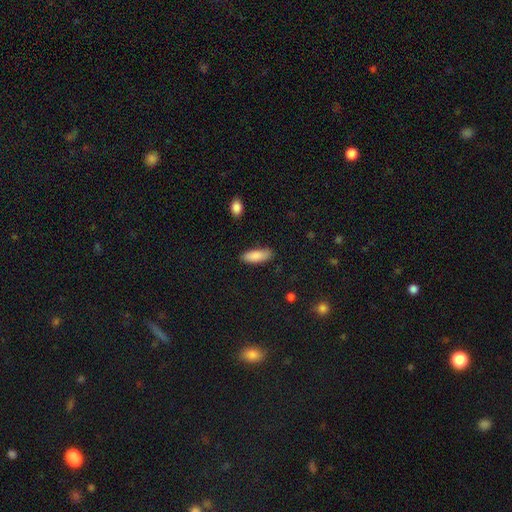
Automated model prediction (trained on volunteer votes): smooth-or-featured: smooth: 87% | featured or disk: 7% | star or artifact: 6%
  how-rounded: in between: 70% | cigar-shaped: 28% | round: 2%
  merging: none: 80% | minor disturbance: 15% | major disturbance: 3% | merger: 2%